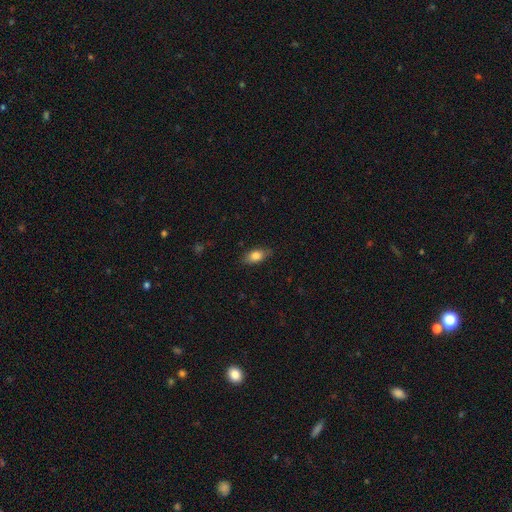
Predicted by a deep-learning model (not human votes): Overall: smooth (80%). How rounded: in between (85%). Merging: none (81%).